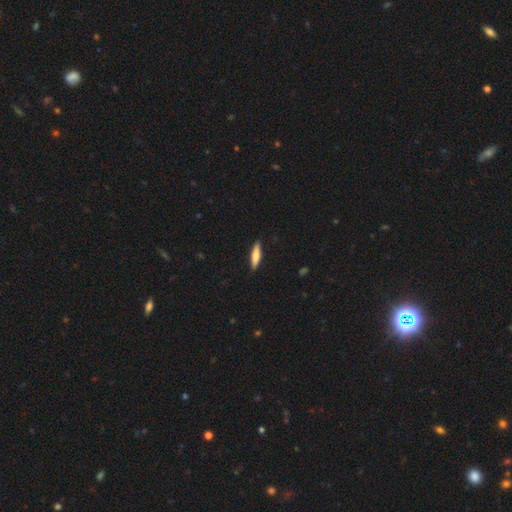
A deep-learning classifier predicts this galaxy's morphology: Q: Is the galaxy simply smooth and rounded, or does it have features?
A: smooth — 69%.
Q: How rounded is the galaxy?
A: cigar-shaped — 78%.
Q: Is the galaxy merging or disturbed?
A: none — 90%.